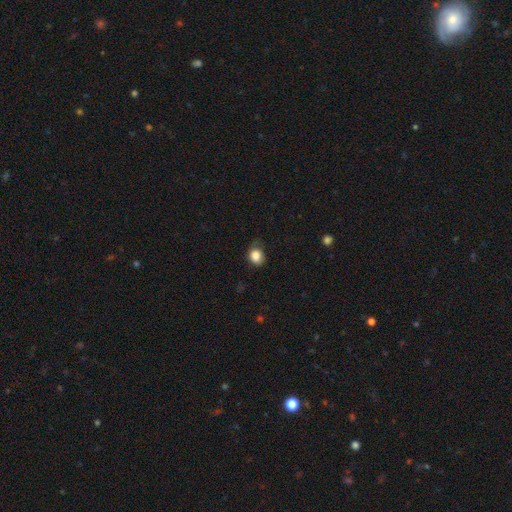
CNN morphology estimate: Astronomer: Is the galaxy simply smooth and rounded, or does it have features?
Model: smooth — 86%.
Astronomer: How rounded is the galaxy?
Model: round — 59% (runner-up: in between, 40%).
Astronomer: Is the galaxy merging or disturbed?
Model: none — 64%.